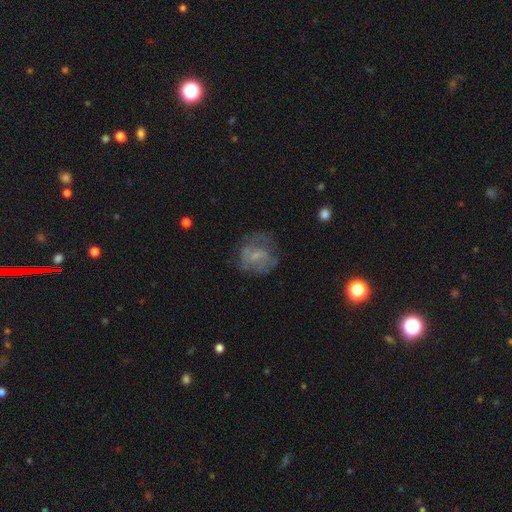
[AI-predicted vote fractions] Q: Smooth or featured?
A: featured or disk (51%); runner-up: smooth (37%)
Q: Edge-on disk?
A: no (97%); runner-up: yes (3%)
Q: Merging?
A: none (55%); runner-up: minor disturbance (22%)